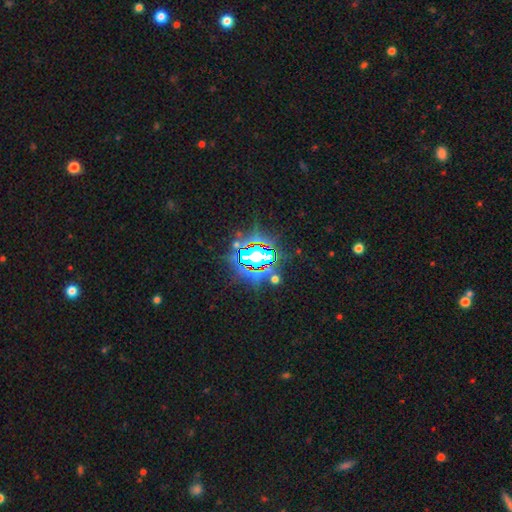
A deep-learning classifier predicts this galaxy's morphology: Smooth or featured? star or artifact (79%)